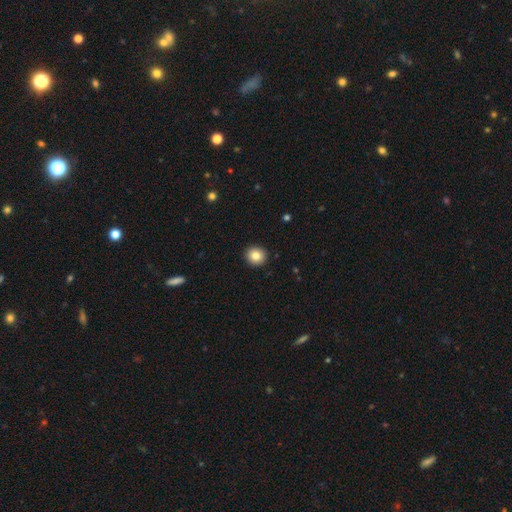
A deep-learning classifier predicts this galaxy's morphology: Smooth or featured? smooth (84%)
How rounded? round (89%)
Merging? none (92%)